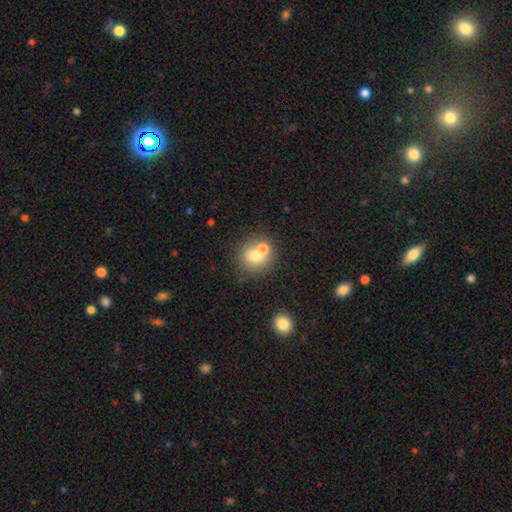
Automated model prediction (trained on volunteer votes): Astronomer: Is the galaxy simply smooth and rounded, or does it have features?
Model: smooth — 70%.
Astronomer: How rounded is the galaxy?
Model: round — 83%.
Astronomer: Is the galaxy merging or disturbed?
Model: none — 48% (runner-up: merger, 41%).